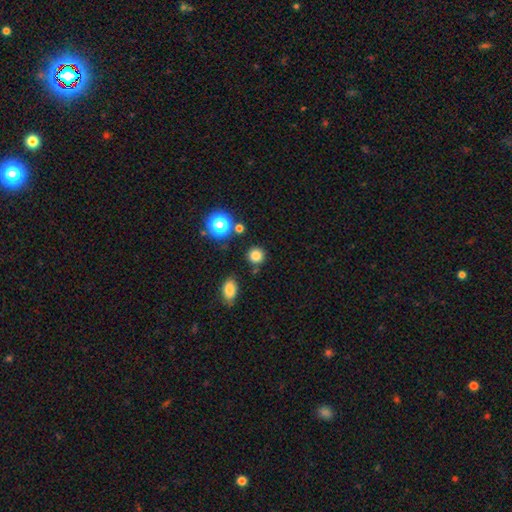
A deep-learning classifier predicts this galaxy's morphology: Overall: smooth (80%). How rounded: round (90%). Merging: none (83%).